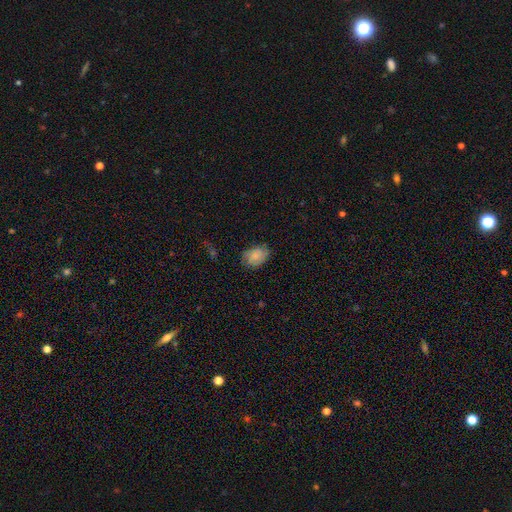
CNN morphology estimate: Smooth or featured?
  - smooth: 62% *
  - featured or disk: 30%
  - star or artifact: 8%
How rounded?
  - in between: 77% *
  - round: 22%
  - cigar-shaped: 1%
Merging?
  - none: 70% *
  - minor disturbance: 22%
  - major disturbance: 6%
  - merger: 1%